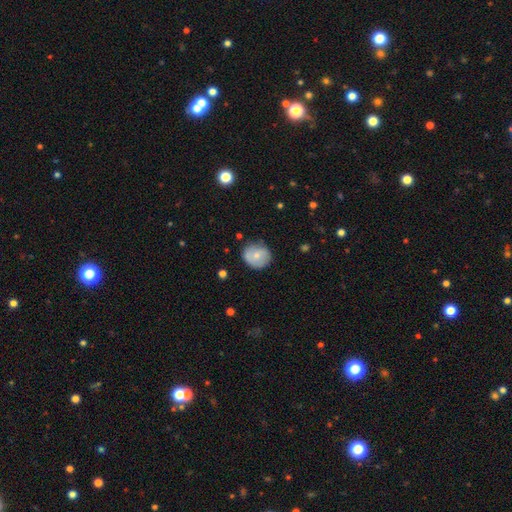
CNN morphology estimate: Q: Smooth or featured?
A: smooth (67%); runner-up: featured or disk (26%)
Q: How rounded?
A: round (80%); runner-up: in between (19%)
Q: Merging?
A: none (74%); runner-up: minor disturbance (20%)